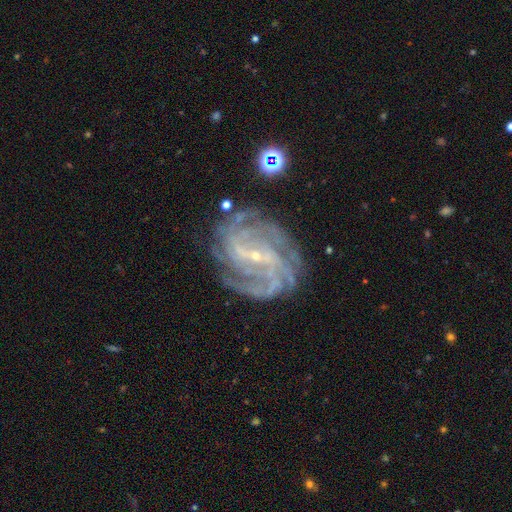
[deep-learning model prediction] This appears to be a featured or disk galaxy (89%) with a weak bar (44%), 4 (28%) tight (57%) spiral arms (97%) and a small central bulge (85%). Merging: none (74%).